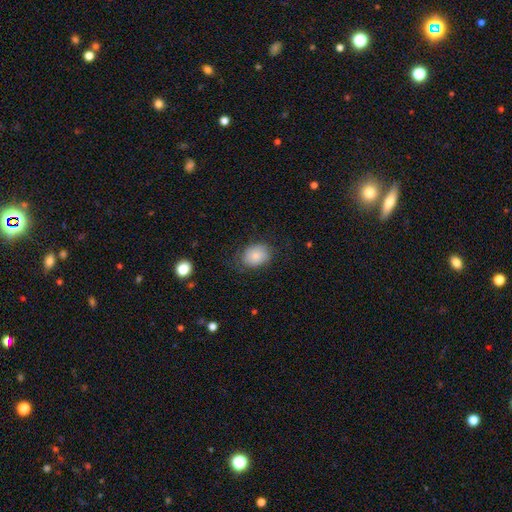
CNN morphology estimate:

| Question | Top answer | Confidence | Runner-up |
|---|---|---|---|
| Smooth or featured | smooth | 80% | featured or disk (12%) |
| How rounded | in between | 57% | round (42%) |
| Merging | none | 65% | minor disturbance (24%) |